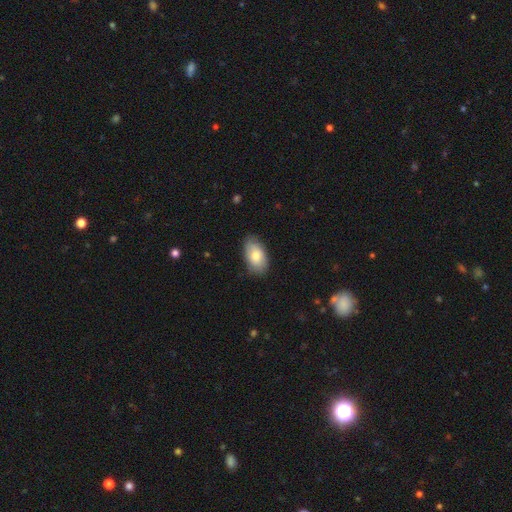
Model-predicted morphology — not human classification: Smooth or featured? smooth (76%)
How rounded? in between (93%)
Merging? none (81%)